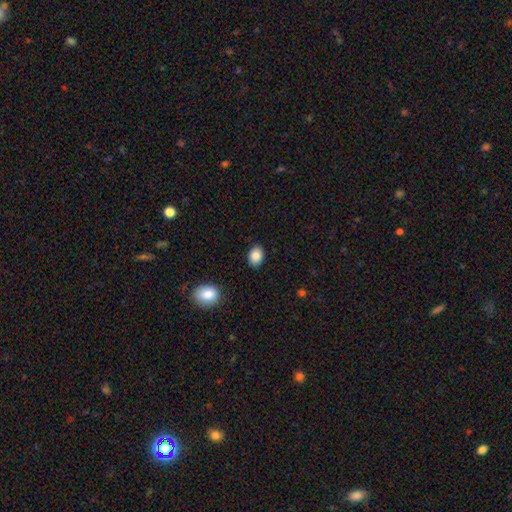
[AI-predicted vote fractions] smooth_or_featured: smooth (p=0.86) [alt: star or artifact p=0.08]
how_rounded: in between (p=0.71) [alt: round p=0.28]
merging: none (p=0.88) [alt: minor disturbance p=0.09]